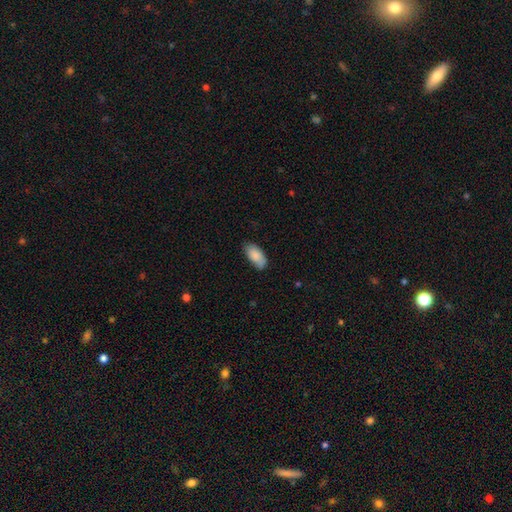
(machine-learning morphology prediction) The model was most divided on "merging": none: 71%, minor disturbance: 23%, major disturbance: 4%, merger: 2%. More confident: how rounded — in between (93%); smooth or featured — smooth (85%).